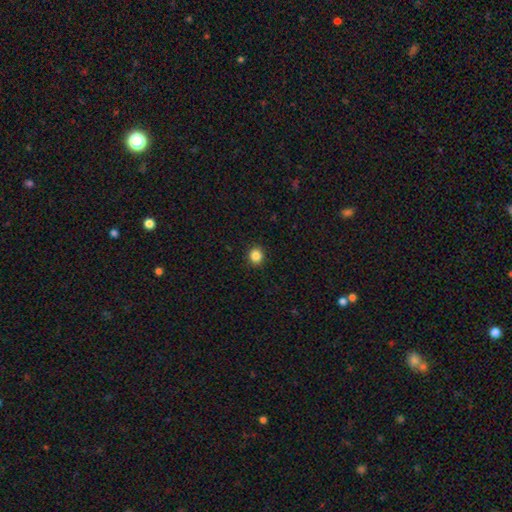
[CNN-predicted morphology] Smooth or featured?
  - smooth: 85% *
  - star or artifact: 11%
  - featured or disk: 4%
How rounded?
  - round: 86% *
  - in between: 13%
  - cigar-shaped: 1%
Merging?
  - none: 92% *
  - minor disturbance: 5%
  - major disturbance: 2%
  - merger: 1%